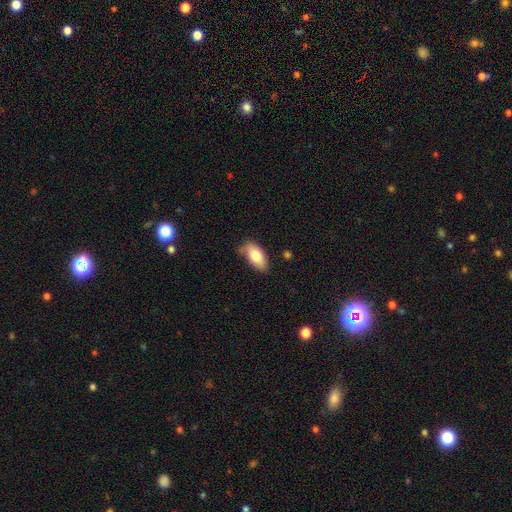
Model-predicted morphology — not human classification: The model was most divided on "merging": none: 65%, minor disturbance: 26%, major disturbance: 5%, merger: 4%. More confident: how rounded — in between (93%); smooth or featured — smooth (78%).